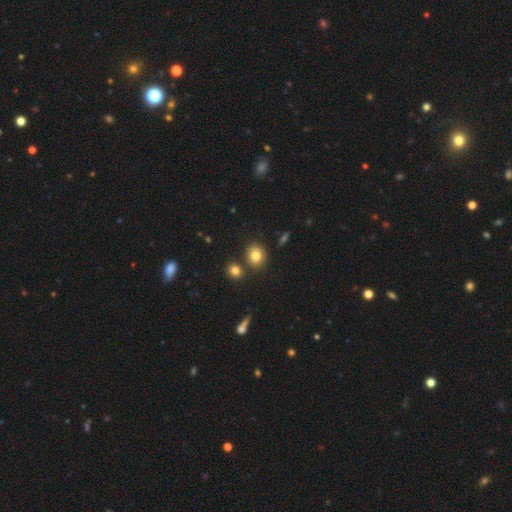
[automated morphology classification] The model was most divided on "how rounded": round: 71%, in between: 28%, cigar-shaped: 1%. More confident: smooth or featured — smooth (82%); merging — none (79%).